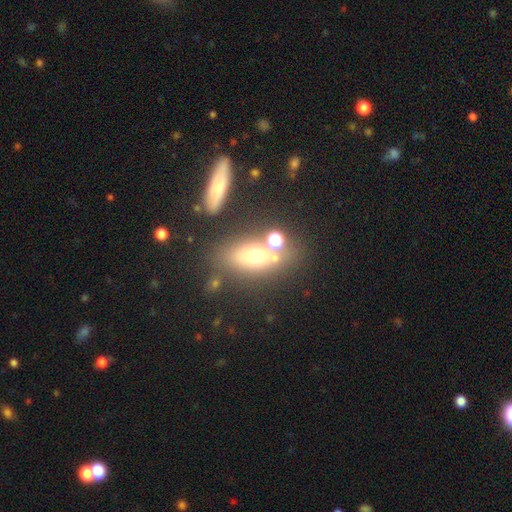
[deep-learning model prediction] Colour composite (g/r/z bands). It shows a smooth galaxy with no disk features (56%) that is in between round and cigar-shaped (65%). Merging: none (61%).